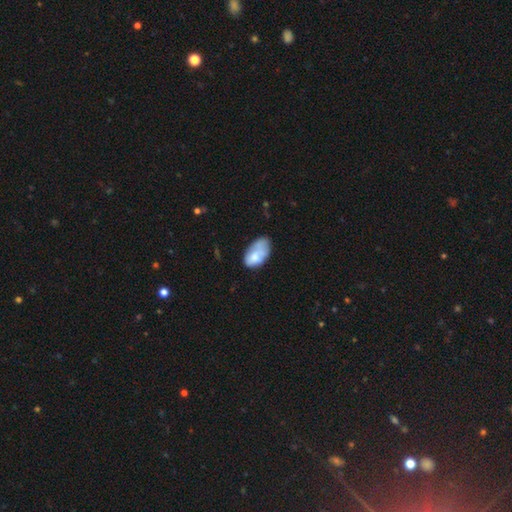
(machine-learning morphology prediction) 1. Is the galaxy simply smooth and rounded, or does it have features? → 69% smooth, 23% featured or disk, 8% star or artifact.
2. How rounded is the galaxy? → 94% in between, 4% round, 2% cigar-shaped.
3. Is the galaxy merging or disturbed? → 39% none, 36% minor disturbance, 16% major disturbance, 9% merger.